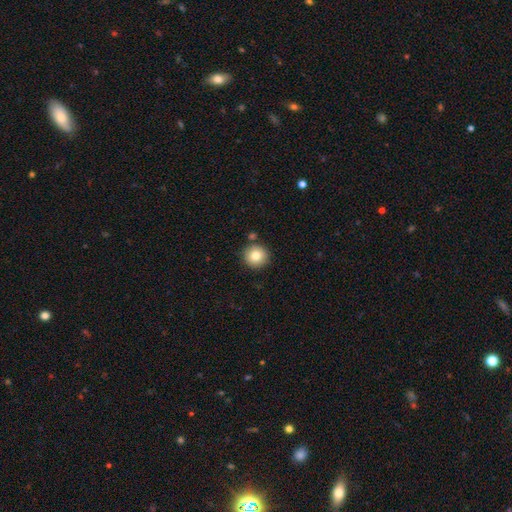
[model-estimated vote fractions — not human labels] Smooth or featured? smooth (80%)
How rounded? round (95%)
Merging? none (85%)